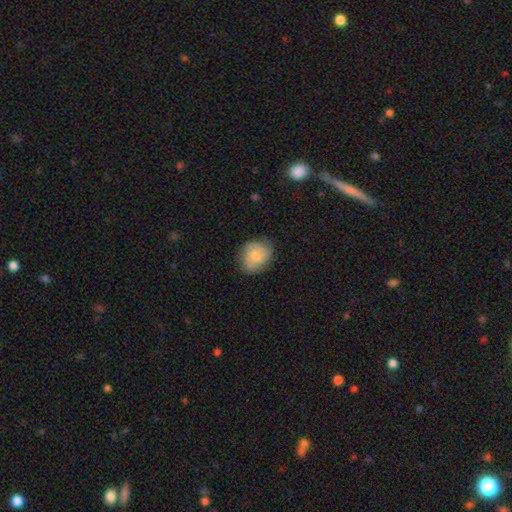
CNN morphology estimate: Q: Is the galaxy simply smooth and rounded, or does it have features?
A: smooth — 73%.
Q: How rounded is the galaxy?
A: round — 55%.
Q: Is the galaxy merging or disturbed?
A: none — 70%.